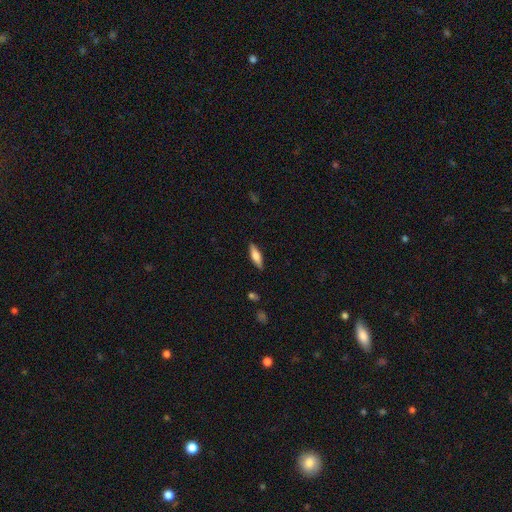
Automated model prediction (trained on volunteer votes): Smooth or featured? smooth (71%)
How rounded? in between (50%)
Merging? none (87%)